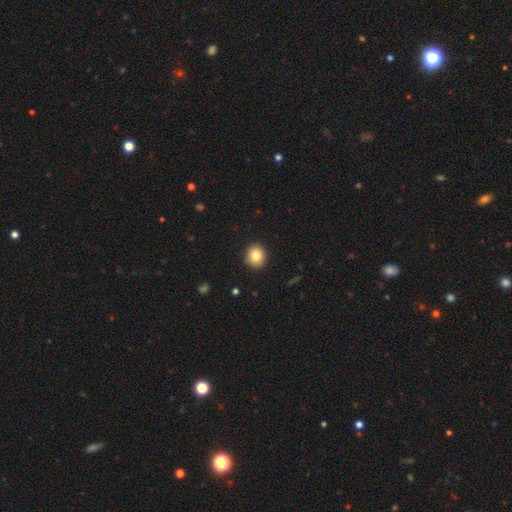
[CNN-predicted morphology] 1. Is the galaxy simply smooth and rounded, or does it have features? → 83% smooth, 9% star or artifact, 8% featured or disk.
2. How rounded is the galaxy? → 82% round, 17% in between, 1% cigar-shaped.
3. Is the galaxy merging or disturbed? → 91% none, 7% minor disturbance, 2% major disturbance, 1% merger.